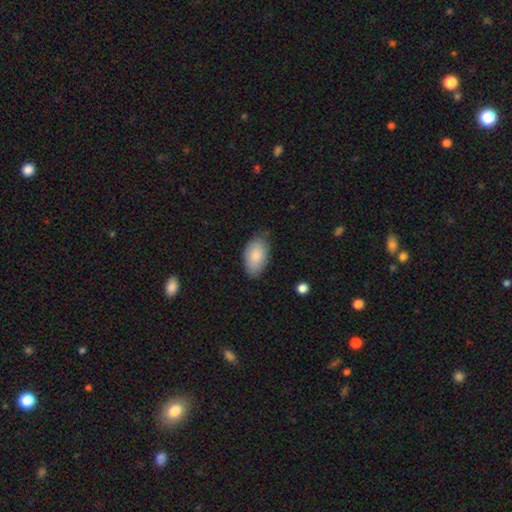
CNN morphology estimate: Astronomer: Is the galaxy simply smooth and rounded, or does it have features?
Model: smooth — 85%.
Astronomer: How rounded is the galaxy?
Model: in between — 94%.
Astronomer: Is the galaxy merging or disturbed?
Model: none — 77%.